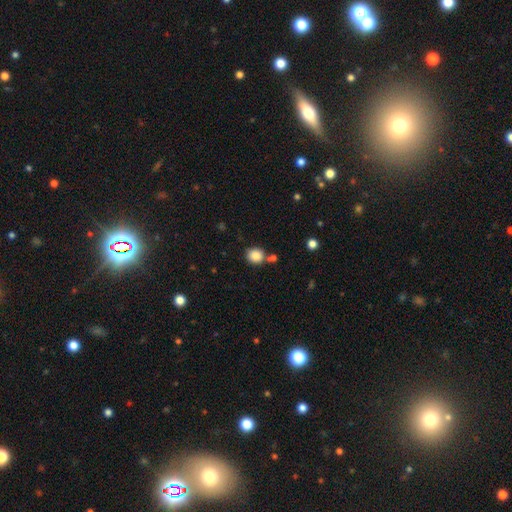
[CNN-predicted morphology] A smooth galaxy with no disk features (86%) that is round (81%). Merging: none (69%).